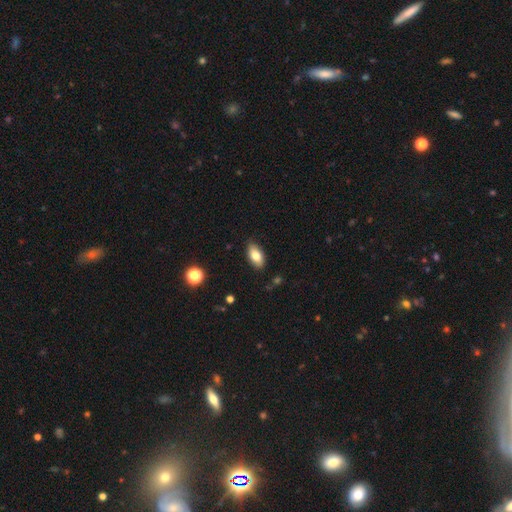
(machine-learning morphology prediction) The model was most divided on "smooth or featured": smooth: 79%, featured or disk: 14%, star or artifact: 8%. More confident: how rounded — in between (90%); merging — none (86%).